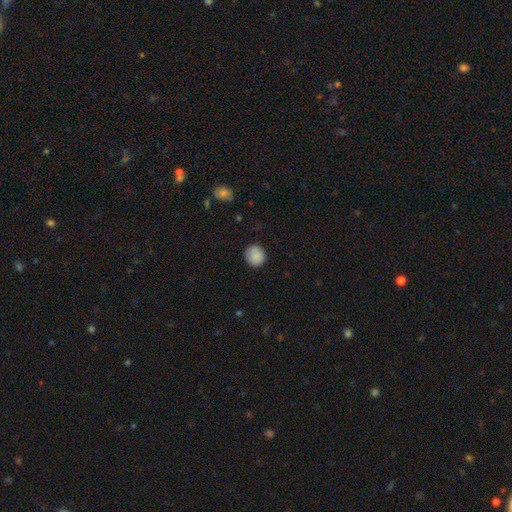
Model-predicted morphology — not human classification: Overall: smooth (88%). How rounded: round (89%). Merging: none (86%).